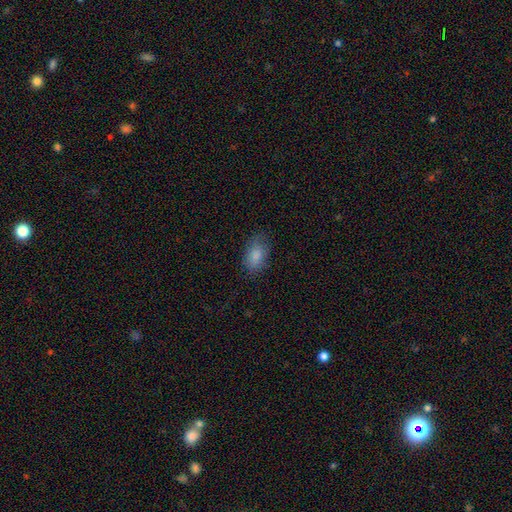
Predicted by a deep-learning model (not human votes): A smooth galaxy with no disk features (85%) that is in between round and cigar-shaped (90%).

Vote fractions:
- Smooth or featured? smooth: 85% / featured or disk: 7% / star or artifact: 7%
- How rounded? in between: 90% / round: 8% / cigar-shaped: 2%
- Merging? none: 76% / minor disturbance: 18% / major disturbance: 5% / merger: 1%